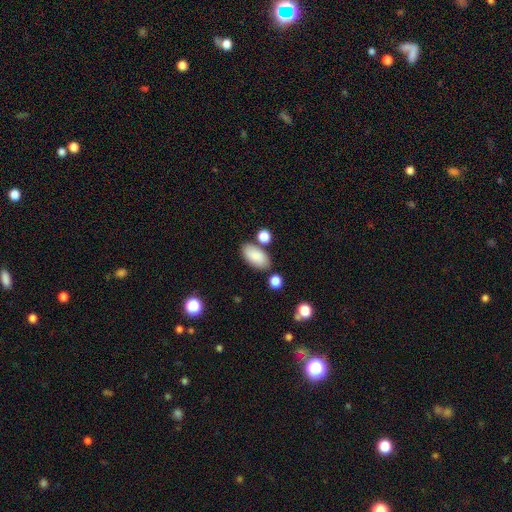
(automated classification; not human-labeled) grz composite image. It shows a smooth galaxy with no disk features (86%) that is in between round and cigar-shaped (93%). Merging: none (74%).